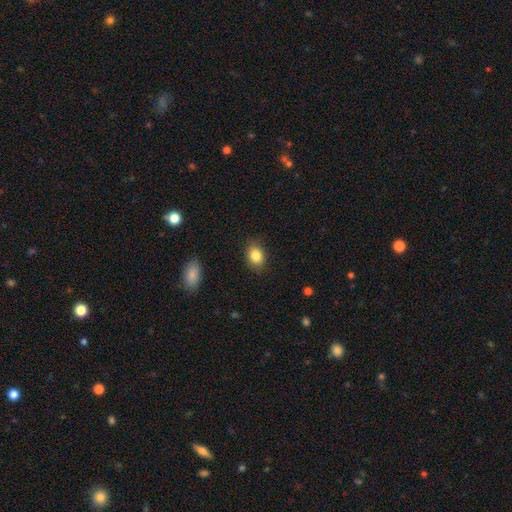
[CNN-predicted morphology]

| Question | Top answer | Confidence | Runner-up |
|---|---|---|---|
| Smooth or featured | smooth | 84% | star or artifact (9%) |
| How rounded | in between | 69% | round (30%) |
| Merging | none | 84% | minor disturbance (12%) |